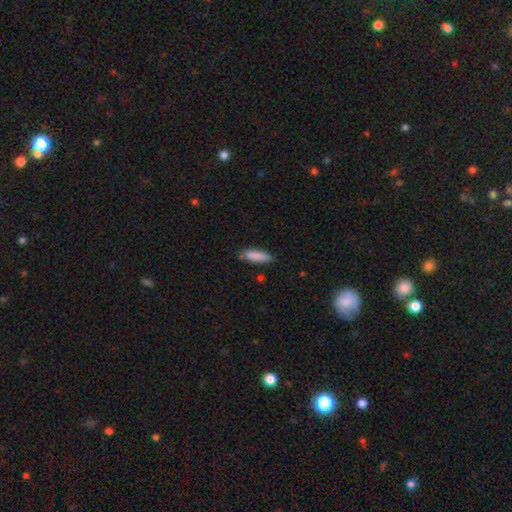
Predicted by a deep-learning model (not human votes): Morphology: type=smooth (88%); roundness=cigar-shaped (54%); merging=none (78%).